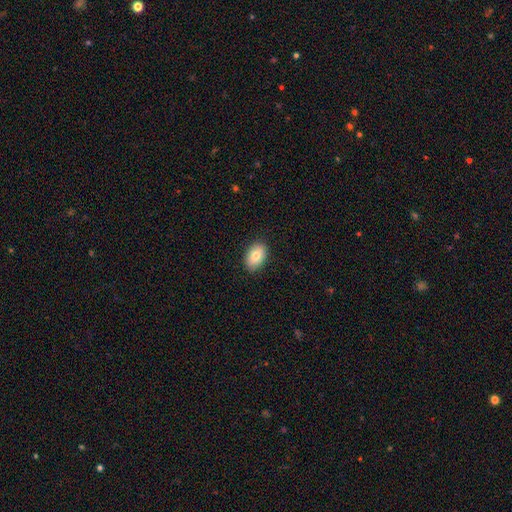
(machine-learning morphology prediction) This appears to be a smooth galaxy with no disk features (81%) that is in between round and cigar-shaped (88%). Merging: none (88%).